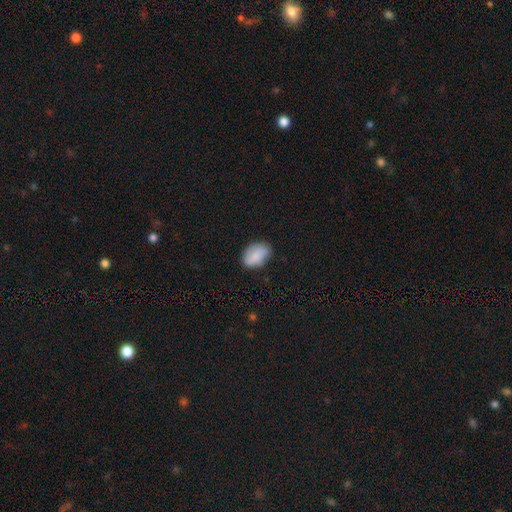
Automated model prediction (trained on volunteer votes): Morphology: type=smooth (83%); roundness=in between (87%); merging=none (76%).